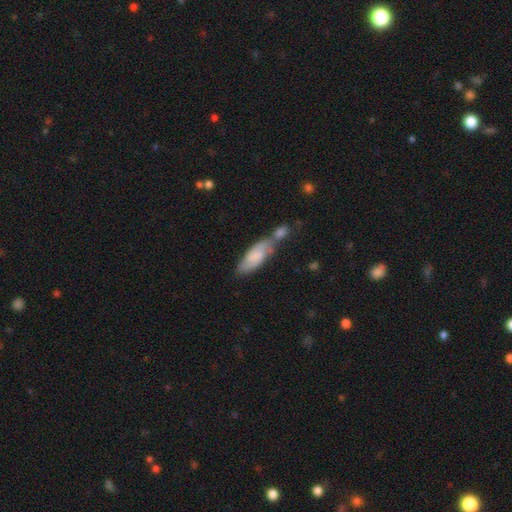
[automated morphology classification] This is likely a smooth galaxy (61%). How rounded: likely in between (61%). Merging: marginally merger (43%).